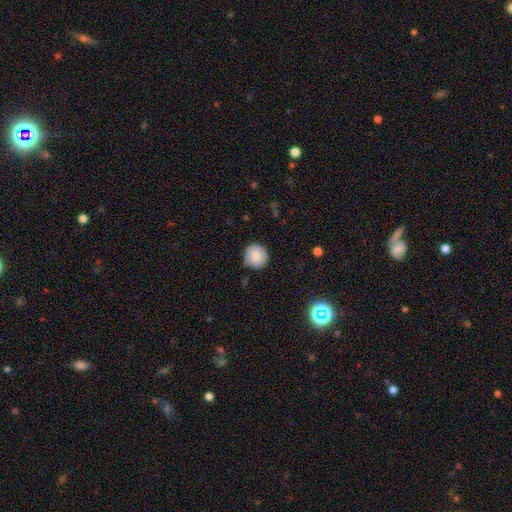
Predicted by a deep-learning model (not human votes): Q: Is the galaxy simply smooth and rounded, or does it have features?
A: smooth — 84%.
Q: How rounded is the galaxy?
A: round — 94%.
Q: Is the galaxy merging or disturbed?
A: none — 81%.